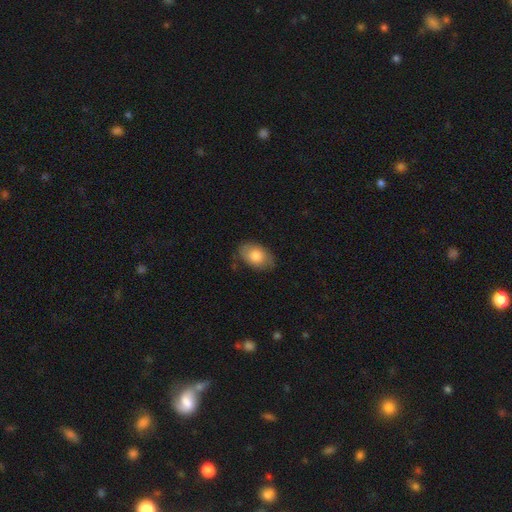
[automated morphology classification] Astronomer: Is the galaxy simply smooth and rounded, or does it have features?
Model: smooth — 74%.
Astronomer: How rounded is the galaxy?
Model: in between — 86%.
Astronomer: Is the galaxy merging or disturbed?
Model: none — 74%.